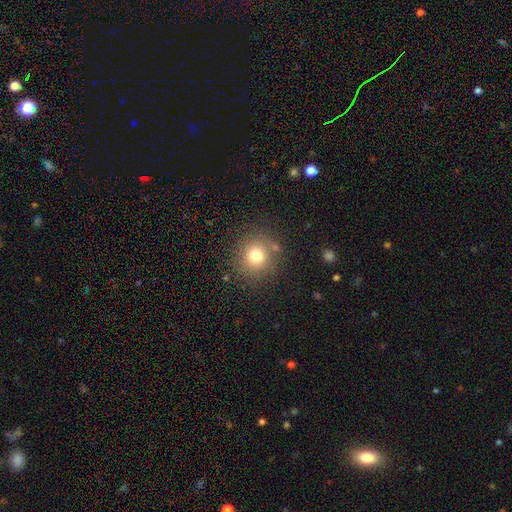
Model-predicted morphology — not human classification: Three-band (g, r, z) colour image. It shows a smooth galaxy with no disk features (75%) that is round (92%). Merging: none (83%).